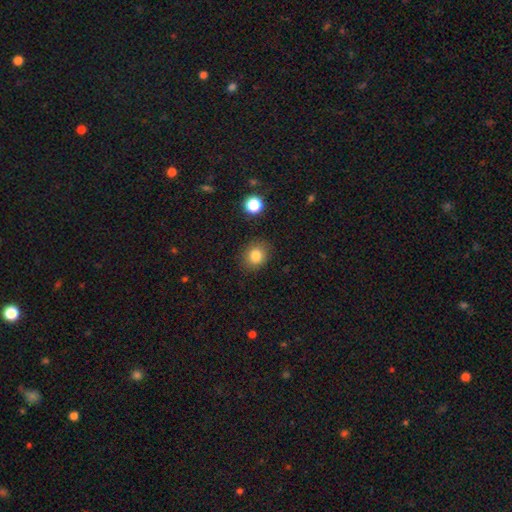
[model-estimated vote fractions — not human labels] A smooth galaxy with no disk features (82%) that is round (69%). Merging: none (87%).